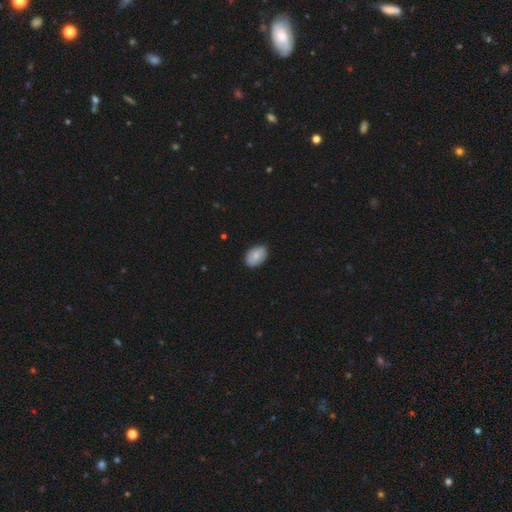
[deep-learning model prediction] The model was most divided on "smooth or featured": smooth: 75%, featured or disk: 19%, star or artifact: 7%. More confident: how rounded — in between (88%); merging — none (86%).